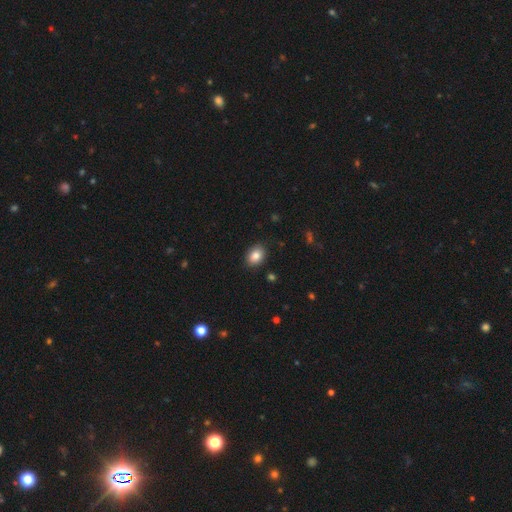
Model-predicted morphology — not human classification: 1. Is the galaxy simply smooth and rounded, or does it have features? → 85% smooth, 8% star or artifact, 6% featured or disk.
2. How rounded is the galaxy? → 69% in between, 30% round, 1% cigar-shaped.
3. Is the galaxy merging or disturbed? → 88% none, 8% minor disturbance, 2% major disturbance, 1% merger.